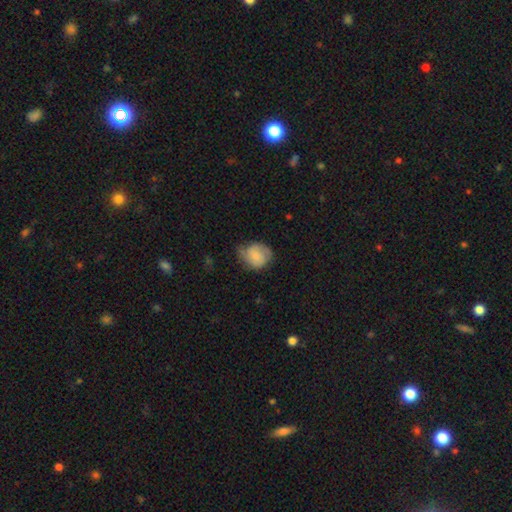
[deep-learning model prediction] Smooth or featured?
  - smooth: 62% *
  - featured or disk: 30%
  - star or artifact: 7%
How rounded?
  - round: 63% *
  - in between: 36%
  - cigar-shaped: 1%
Merging?
  - none: 49% *
  - minor disturbance: 37%
  - major disturbance: 13%
  - merger: 2%